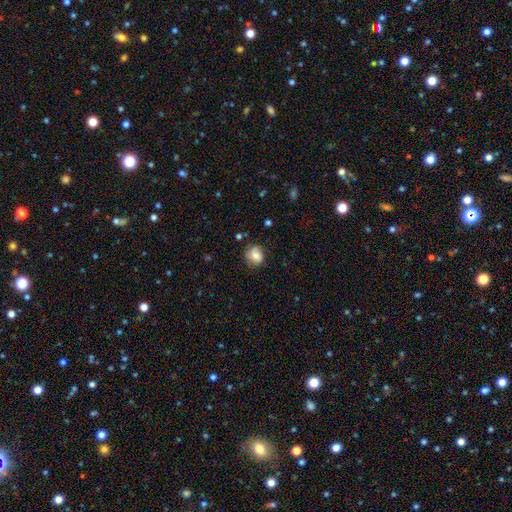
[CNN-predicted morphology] Overall: smooth (75%). How rounded: round (71%). Merging: none (71%).